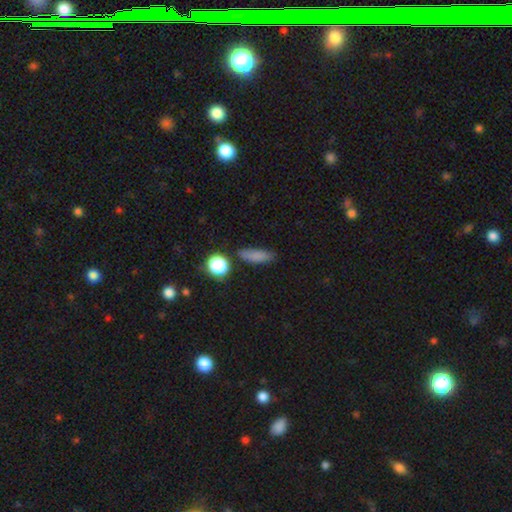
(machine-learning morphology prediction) Overall: smooth (80%). How rounded: cigar-shaped (47%; in between 43%). Merging: none (76%).